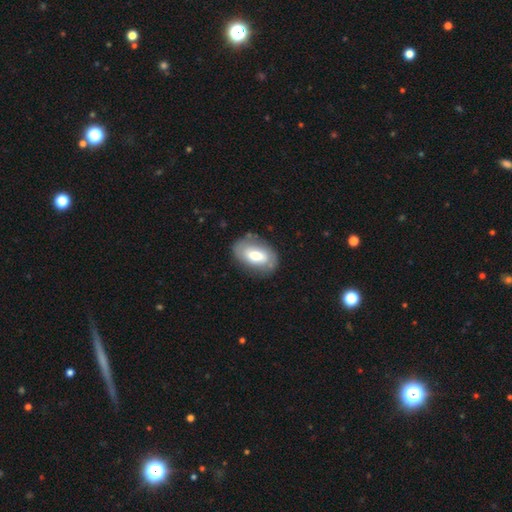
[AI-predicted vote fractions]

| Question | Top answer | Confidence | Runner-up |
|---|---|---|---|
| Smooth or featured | smooth | 59% | featured or disk (35%) |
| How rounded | in between | 90% | round (9%) |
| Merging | none | 76% | minor disturbance (16%) |